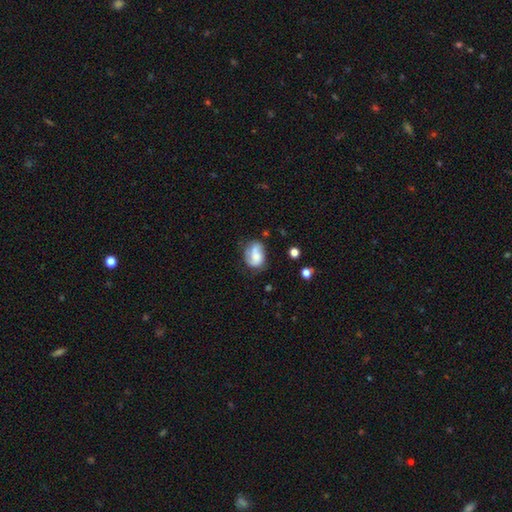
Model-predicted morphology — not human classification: A smooth galaxy with no disk features (47%). Merging: none (45%).